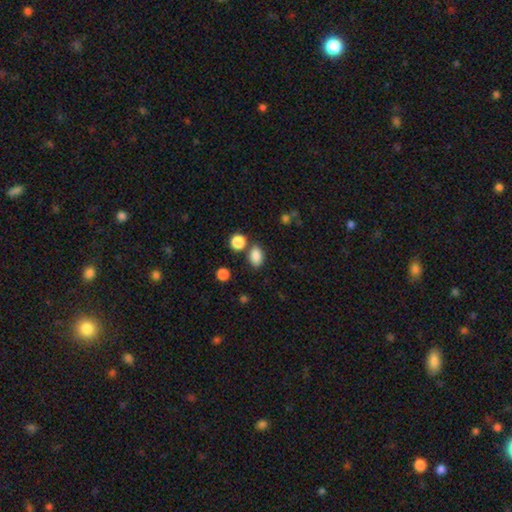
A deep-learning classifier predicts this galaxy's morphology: Overall: smooth (85%). How rounded: in between (77%). Merging: none (72%).